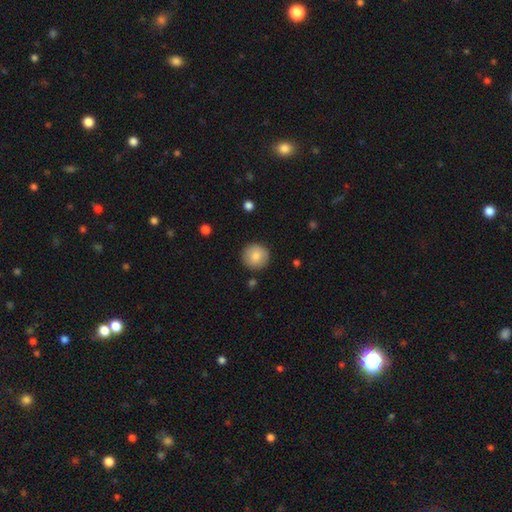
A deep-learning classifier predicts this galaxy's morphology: This appears to be a smooth galaxy with no disk features (82%) that is round (94%). Merging: none (90%).